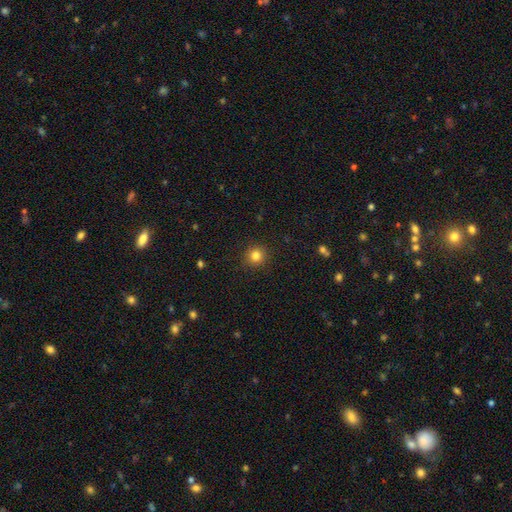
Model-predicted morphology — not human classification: type=smooth (82%); roundness=round (93%); merging=none (92%).